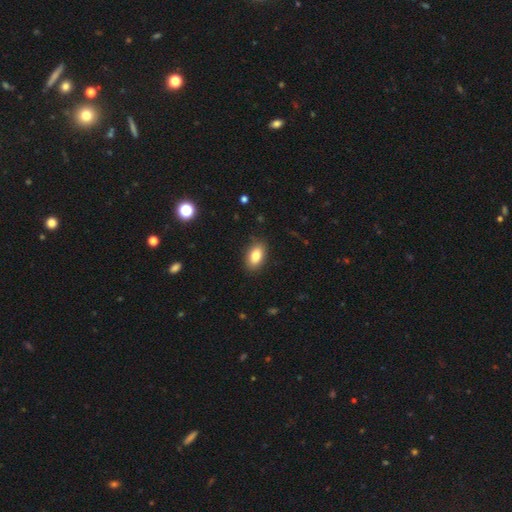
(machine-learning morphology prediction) Smooth or featured: smooth — 83% (featured or disk — 9%)
How rounded: in between — 91% (round — 7%)
Merging: none — 86% (minor disturbance — 10%)